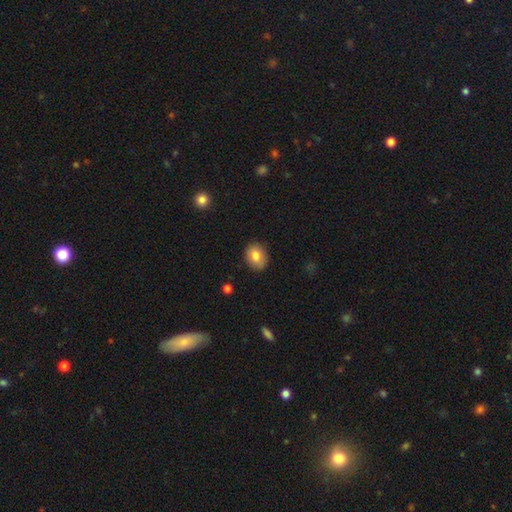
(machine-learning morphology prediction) Smooth or featured: smooth — 81% (featured or disk — 11%)
How rounded: round — 52% (in between — 47%)
Merging: none — 86% (minor disturbance — 11%)